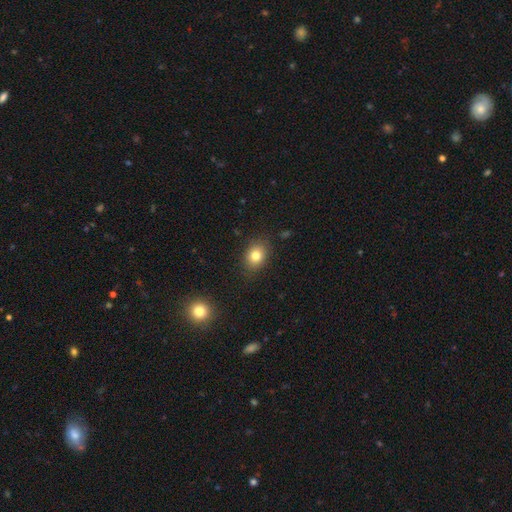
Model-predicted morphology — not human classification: Overall: smooth (81%). How rounded: in between (58%; round 41%). Merging: none (85%).